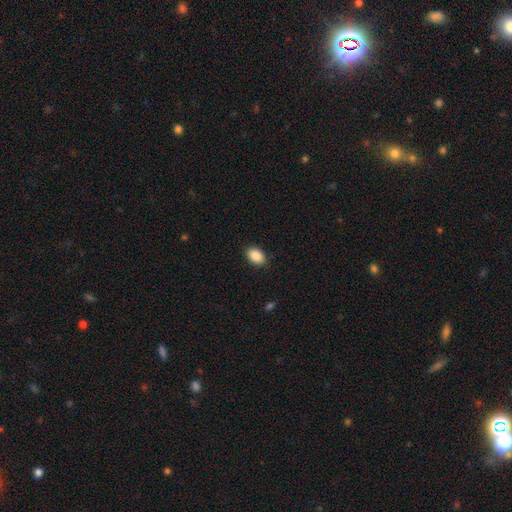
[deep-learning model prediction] smooth-or-featured: smooth: 89% | star or artifact: 7% | featured or disk: 3%
  how-rounded: in between: 84% | round: 14% | cigar-shaped: 1%
  merging: none: 87% | minor disturbance: 9% | major disturbance: 2% | merger: 1%